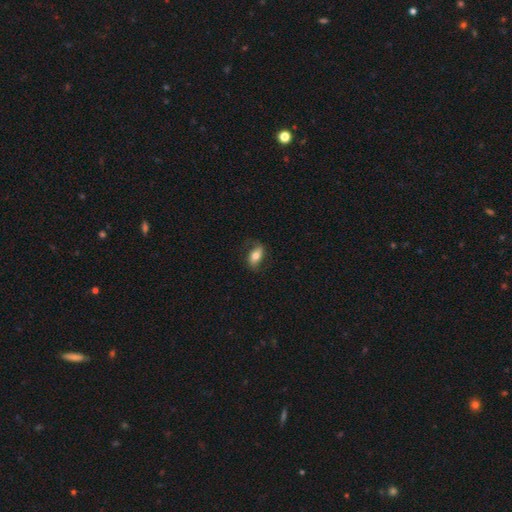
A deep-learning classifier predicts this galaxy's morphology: This is likely a smooth galaxy (63%). How rounded: clearly in between (87%). Merging: likely none (72%).